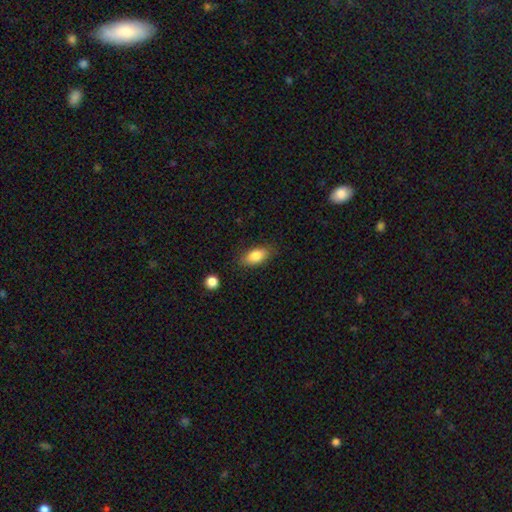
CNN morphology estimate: Smooth or featured? smooth (82%)
How rounded? in between (88%)
Merging? none (82%)